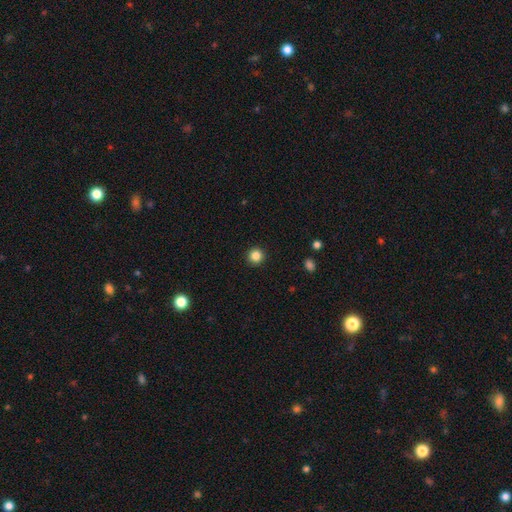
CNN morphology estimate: Smooth or featured? smooth (85%)
How rounded? round (96%)
Merging? none (93%)